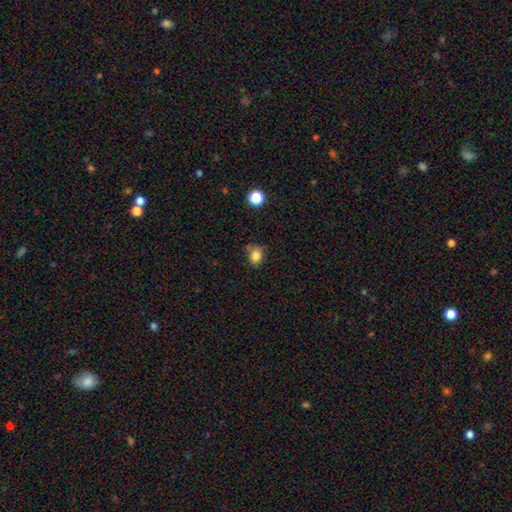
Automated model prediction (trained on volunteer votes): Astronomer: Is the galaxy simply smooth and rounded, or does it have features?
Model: smooth — 82%.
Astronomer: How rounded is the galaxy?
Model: round — 67%.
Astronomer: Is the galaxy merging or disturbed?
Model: none — 63%.